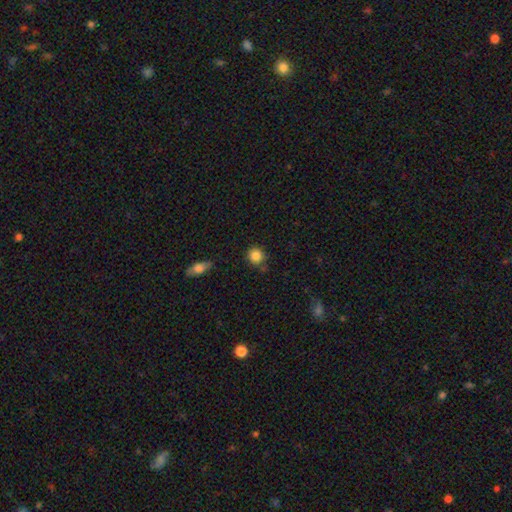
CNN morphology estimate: Smooth or featured? Predicted: smooth (p=0.86). How rounded? Predicted: round (p=0.91). Merging? Predicted: none (p=0.81).